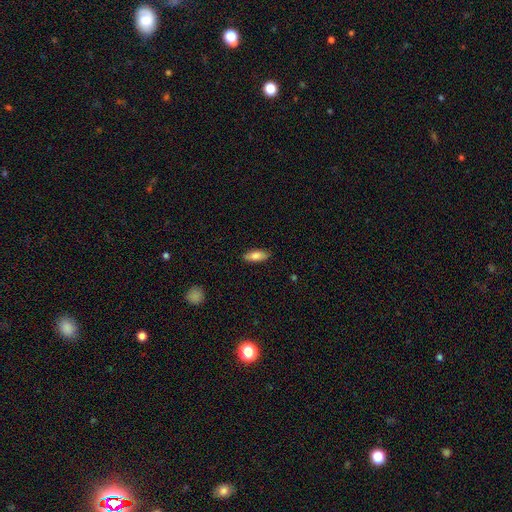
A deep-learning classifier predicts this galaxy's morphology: A smooth galaxy with no disk features (79%) that is in between round and cigar-shaped (74%).

Vote fractions:
- Smooth or featured? smooth: 79% / featured or disk: 14% / star or artifact: 6%
- How rounded? in between: 74% / cigar-shaped: 24% / round: 2%
- Merging? none: 87% / minor disturbance: 10% / major disturbance: 2% / merger: 1%